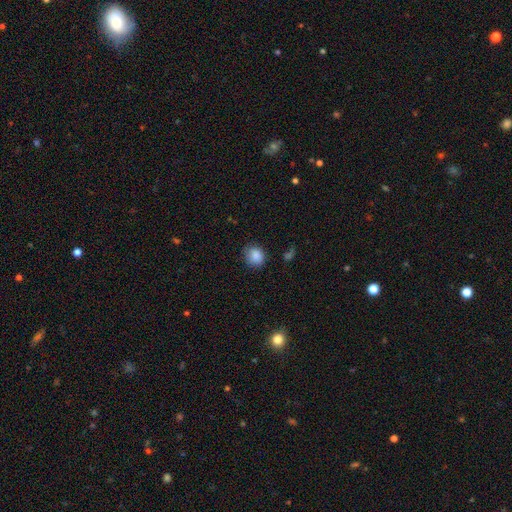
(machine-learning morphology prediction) A smooth galaxy with no disk features (87%) that is round (66%).

Vote fractions:
- Smooth or featured? smooth: 87% / star or artifact: 9% / featured or disk: 4%
- How rounded? round: 66% / in between: 33% / cigar-shaped: 1%
- Merging? none: 75% / minor disturbance: 18% / major disturbance: 4% / merger: 2%